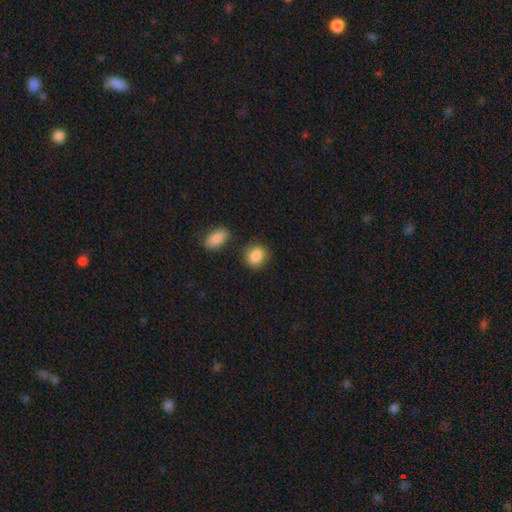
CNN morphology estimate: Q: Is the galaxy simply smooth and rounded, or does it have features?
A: smooth — 87%.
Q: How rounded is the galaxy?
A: round — 61%.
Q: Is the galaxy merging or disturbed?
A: none — 78%.